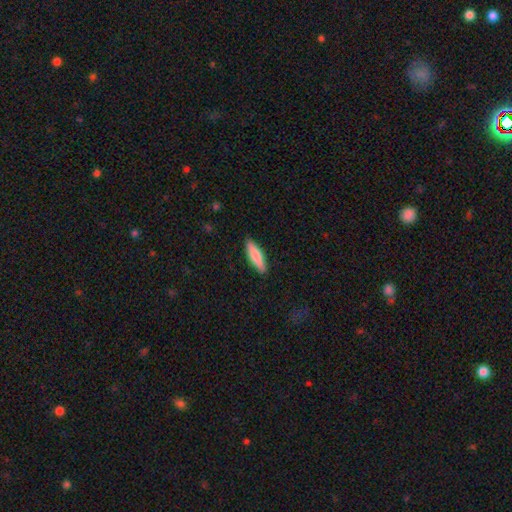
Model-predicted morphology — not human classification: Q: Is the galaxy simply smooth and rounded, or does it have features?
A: smooth — 80%.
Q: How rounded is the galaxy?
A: cigar-shaped — 61%.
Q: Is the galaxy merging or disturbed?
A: none — 89%.